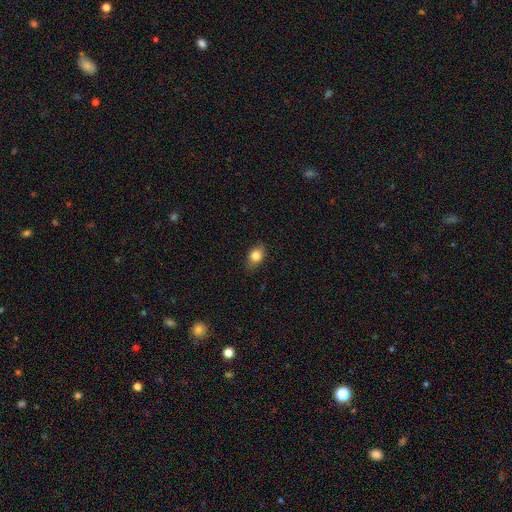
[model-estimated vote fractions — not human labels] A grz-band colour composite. It shows a smooth galaxy with no disk features (81%) that is in between round and cigar-shaped (73%). Merging: none (81%).